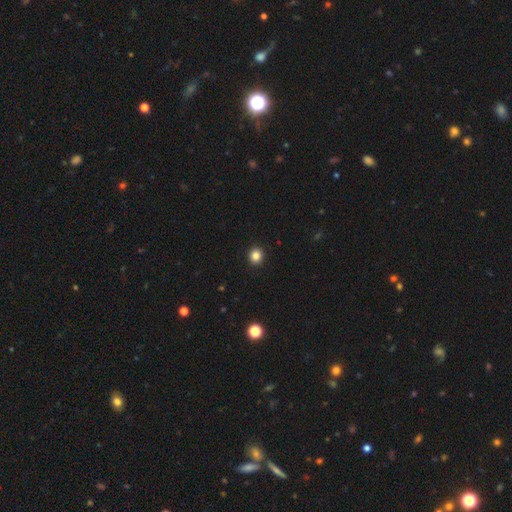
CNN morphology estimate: Overall: smooth (85%). How rounded: round (84%). Merging: none (93%).